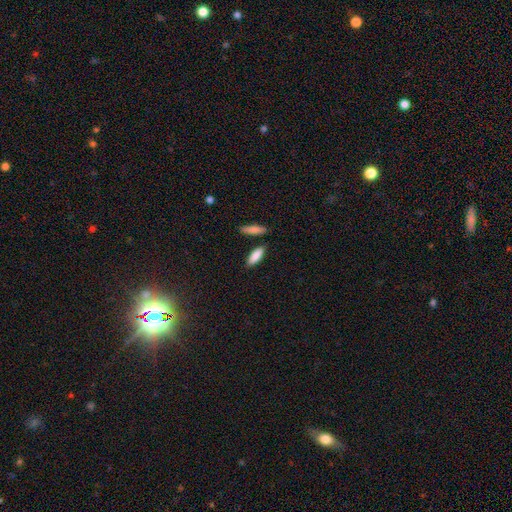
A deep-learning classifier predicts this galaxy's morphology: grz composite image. It shows a smooth galaxy with no disk features (85%) that is in between round and cigar-shaped (55%). Merging: none (83%).